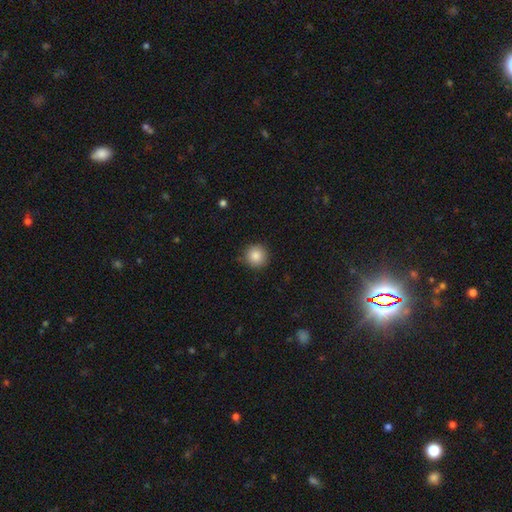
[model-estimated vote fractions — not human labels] smooth 86%, star or artifact 9%, featured or disk 5%. Down the decision tree: how rounded — round (95%); merging — none (88%).